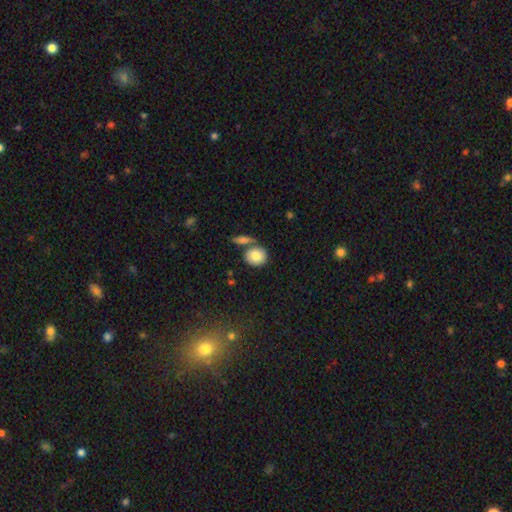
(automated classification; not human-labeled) smooth 80%, featured or disk 12%, star or artifact 8%. Down the decision tree: how rounded — round (76%); merging — none (61%).